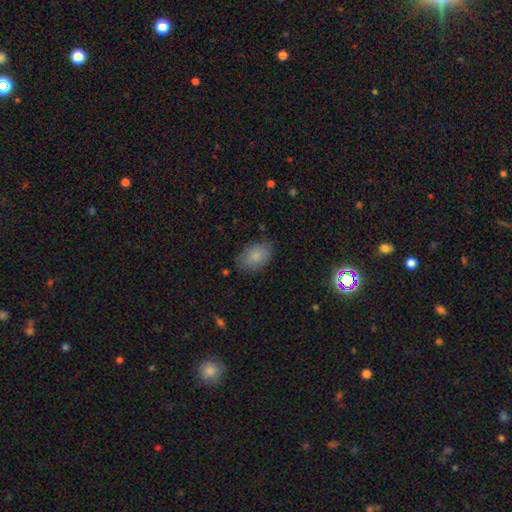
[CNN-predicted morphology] A smooth galaxy with no disk features (84%) that is in between round and cigar-shaped (88%). Merging: none (81%).